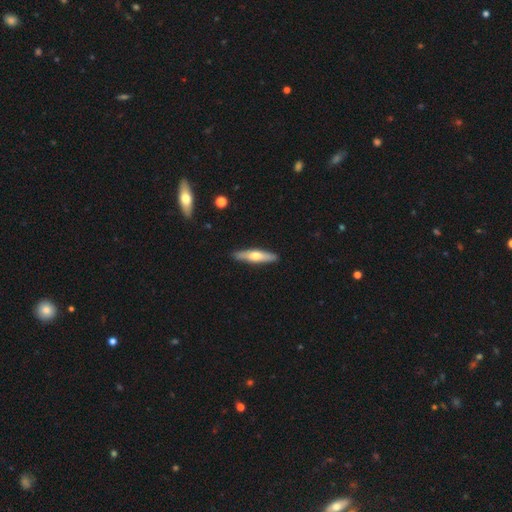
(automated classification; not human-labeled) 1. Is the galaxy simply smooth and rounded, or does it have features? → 54% smooth, 41% featured or disk, 5% star or artifact.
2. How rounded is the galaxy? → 80% cigar-shaped, 19% in between, 2% round.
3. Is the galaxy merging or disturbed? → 90% none, 8% minor disturbance, 2% major disturbance, 1% merger.